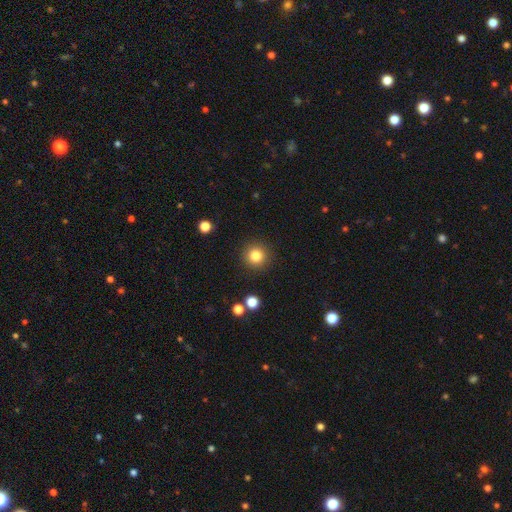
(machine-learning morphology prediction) A smooth galaxy with no disk features (83%) that is round (95%).

Vote fractions:
- Smooth or featured? smooth: 83% / star or artifact: 12% / featured or disk: 6%
- How rounded? round: 95% / in between: 4% / cigar-shaped: 1%
- Merging? none: 90% / minor disturbance: 6% / major disturbance: 2% / merger: 2%